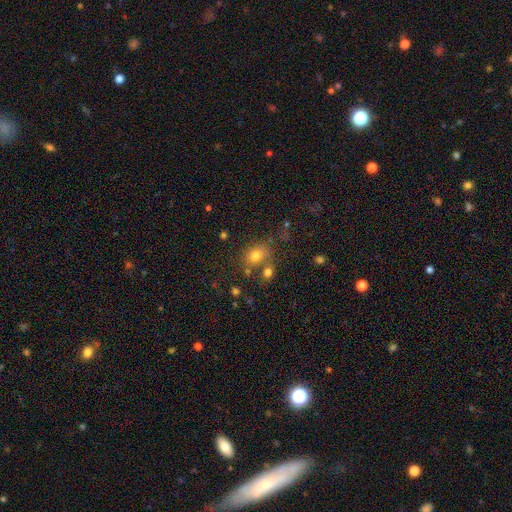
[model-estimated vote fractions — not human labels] Smooth or featured: smooth — 75% (star or artifact — 15%)
How rounded: round — 51% (in between — 48%)
Merging: none — 56% (merger — 20%)